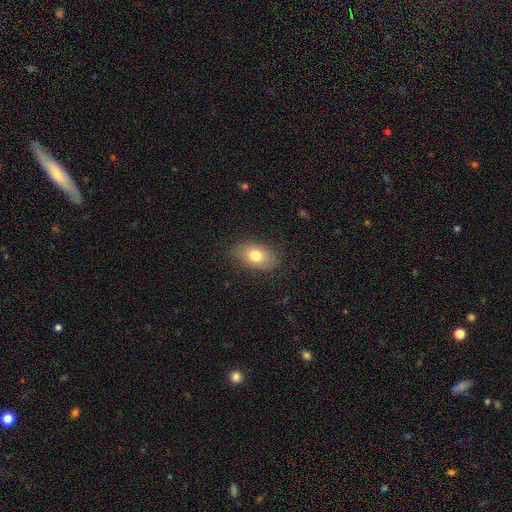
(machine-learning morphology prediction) This is likely a smooth galaxy (76%). How rounded: clearly in between (86%). Merging: clearly none (82%).